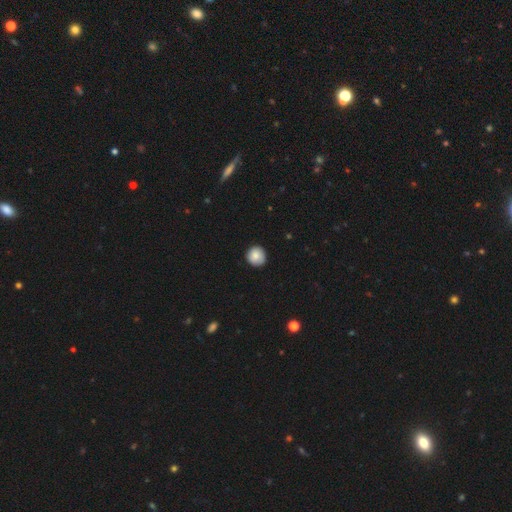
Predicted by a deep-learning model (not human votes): This appears to be a smooth galaxy with no disk features (86%) that is round (93%). Merging: none (88%).